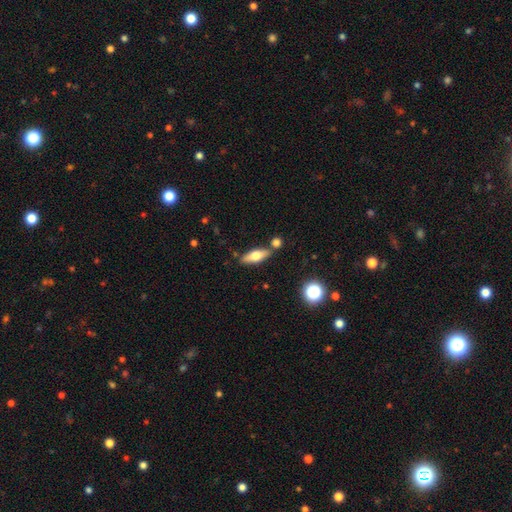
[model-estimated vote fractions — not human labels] The model was most divided on "how rounded": in between: 56%, cigar-shaped: 40%, round: 3%. More confident: merging — none (76%); smooth or featured — smooth (55%).